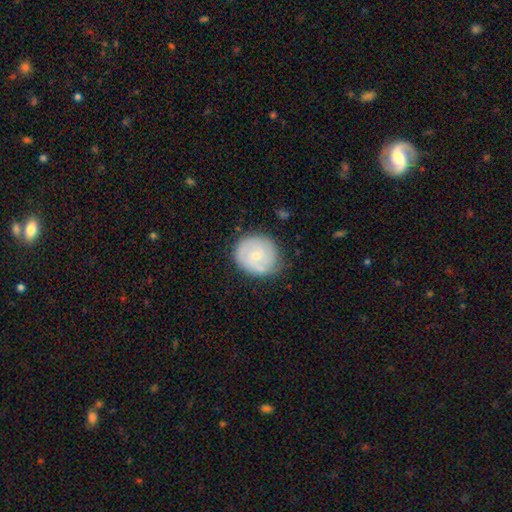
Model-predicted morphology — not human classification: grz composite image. It shows a featured or disk galaxy (50%). Merging: none (72%).